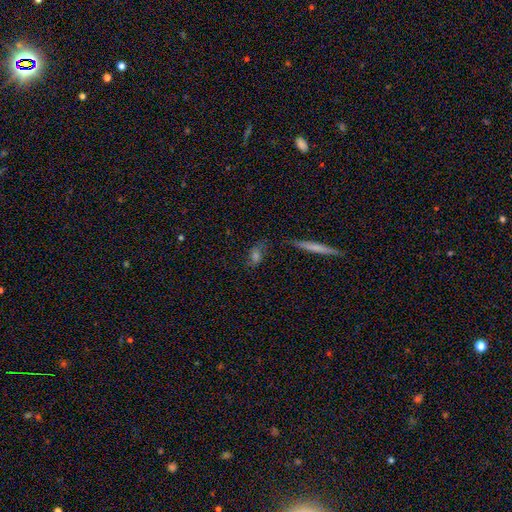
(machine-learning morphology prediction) A smooth galaxy with no disk features (52%) that is in between round and cigar-shaped (56%). Merging: none (67%).